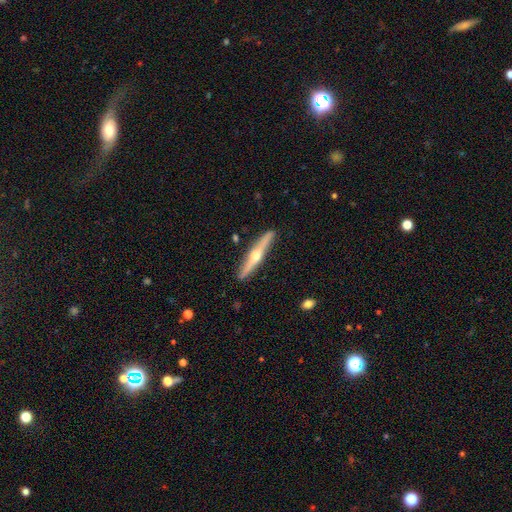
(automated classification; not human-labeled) A featured or disk galaxy (73%) viewed edge-on (97%) with a rounded central bulge (93%).

Vote fractions:
- Smooth or featured? featured or disk: 73% / smooth: 22% / star or artifact: 5%
- Edge-on disk? yes: 97% / no: 3%
- Edge-on bulge? rounded: 93% / none: 4% / boxy: 2%
- Merging? none: 91% / minor disturbance: 7% / major disturbance: 1% / merger: 1%